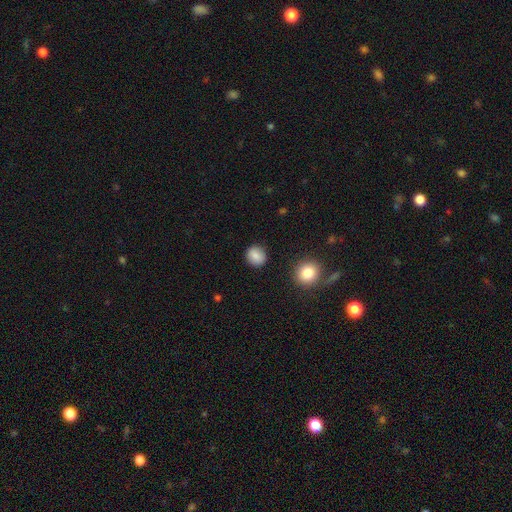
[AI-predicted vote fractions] smooth_or_featured: smooth (p=0.85) [alt: star or artifact p=0.09]
how_rounded: round (p=0.84) [alt: in between p=0.15]
merging: none (p=0.88) [alt: minor disturbance p=0.08]